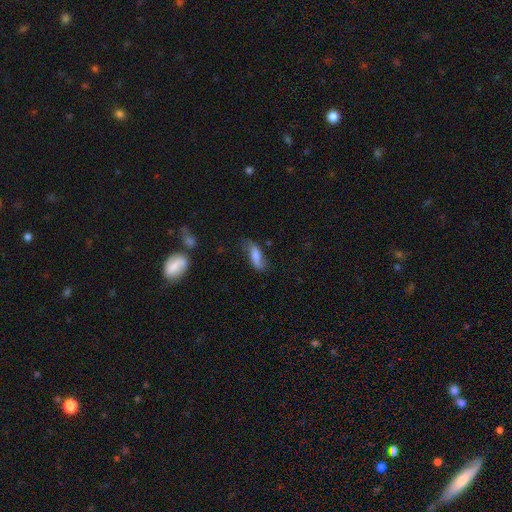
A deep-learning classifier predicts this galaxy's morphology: type=smooth (66%); roundness=in between (60%); merging=none (59%).